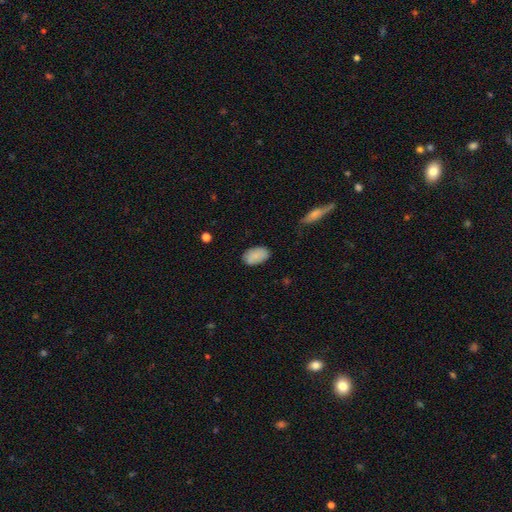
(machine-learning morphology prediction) This appears to be a smooth galaxy with no disk features (87%) that is in between round and cigar-shaped (93%). Merging: none (81%).